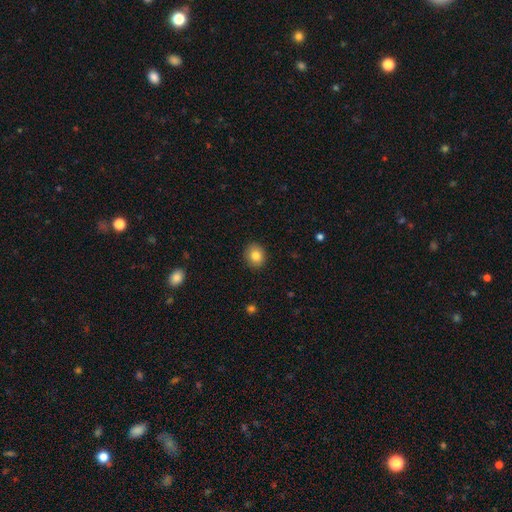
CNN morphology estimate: The model was most divided on "how rounded": round: 76%, in between: 23%, cigar-shaped: 1%. More confident: merging — none (90%); smooth or featured — smooth (82%).